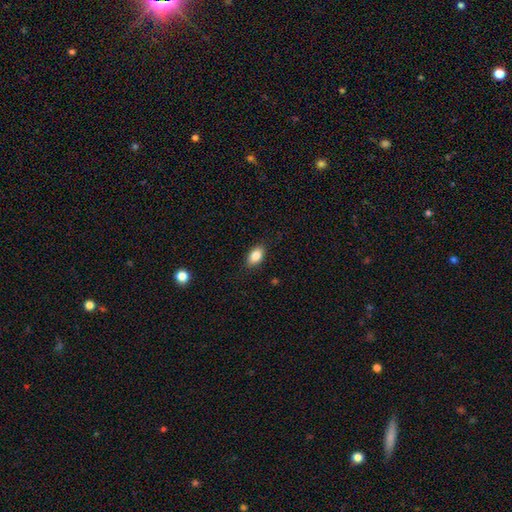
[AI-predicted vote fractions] The model was most divided on "smooth or featured": smooth: 84%, featured or disk: 8%, star or artifact: 8%. More confident: how rounded — in between (89%); merging — none (86%).